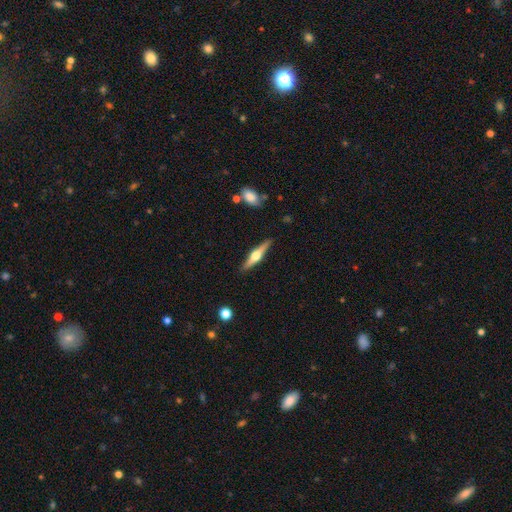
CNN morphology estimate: The model was most divided on "smooth or featured": featured or disk: 69%, smooth: 25%, star or artifact: 5%. More confident: edge-on disk — yes (97%); edge-on bulge — rounded (95%); merging — none (88%).